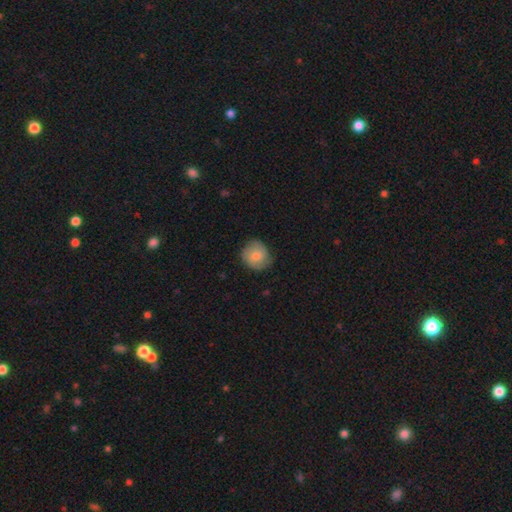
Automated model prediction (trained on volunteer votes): Smooth or featured? Predicted: smooth (p=0.71). How rounded? Predicted: round (p=0.83). Merging? Predicted: none (p=0.75).